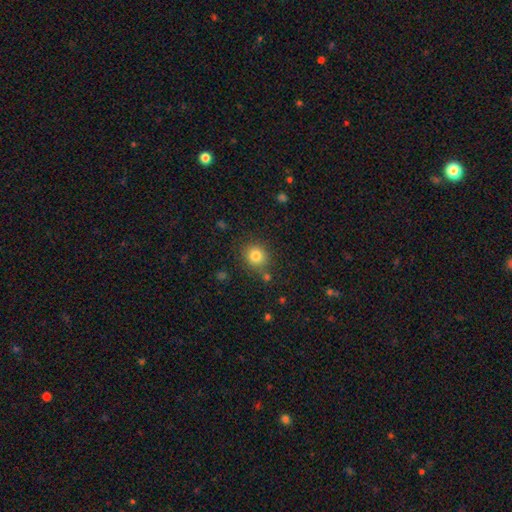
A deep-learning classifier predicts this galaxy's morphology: This appears to be a smooth galaxy with no disk features (82%) that is round (85%). Merging: none (80%).